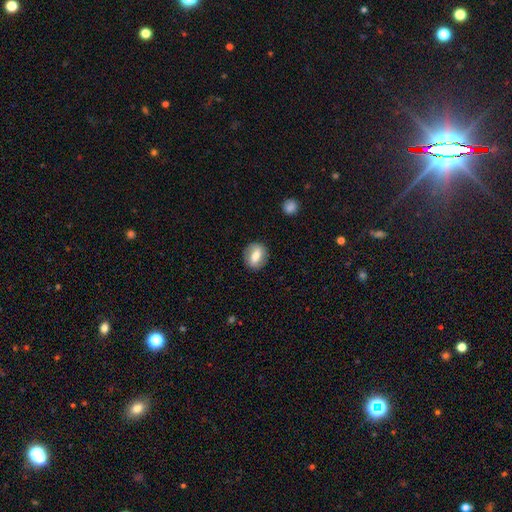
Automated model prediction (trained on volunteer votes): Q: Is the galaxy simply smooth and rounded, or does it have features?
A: smooth — 60%.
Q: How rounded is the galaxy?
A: in between — 54%.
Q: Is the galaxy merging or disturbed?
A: none — 85%.